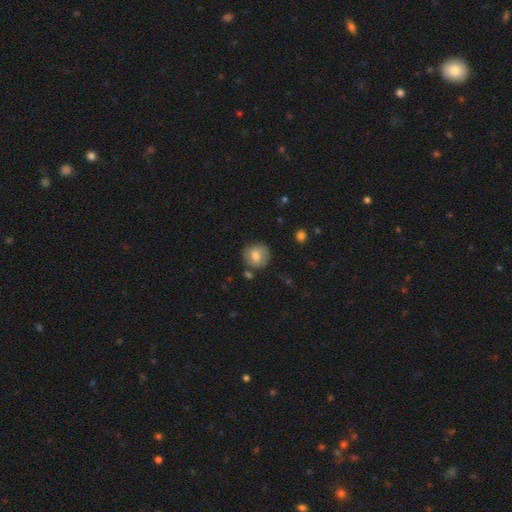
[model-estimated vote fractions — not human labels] smooth 69%, featured or disk 23%, star or artifact 8%. Down the decision tree: how rounded — round (89%); merging — none (79%).